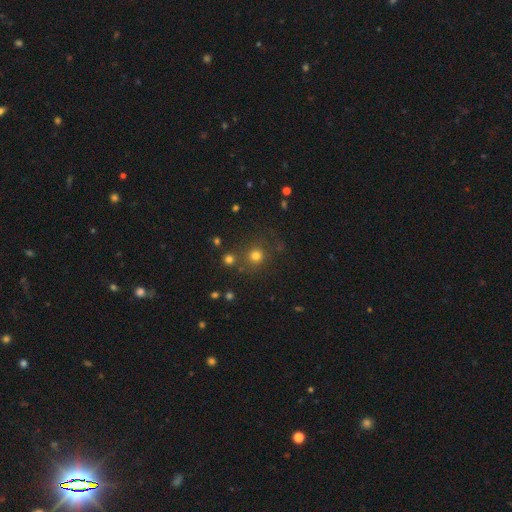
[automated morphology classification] Smooth or featured? Predicted: smooth (p=0.74). How rounded? Predicted: round (p=0.92). Merging? Predicted: none (p=0.76).